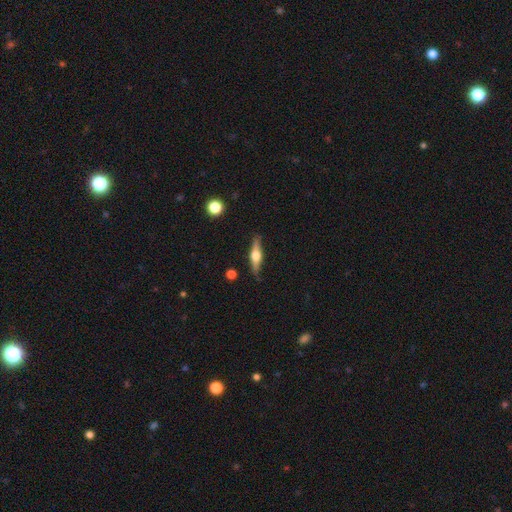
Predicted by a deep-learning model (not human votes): Smooth or featured? featured or disk (64%)
Edge-on disk? yes (96%)
Edge-on bulge? rounded (93%)
Merging? none (86%)